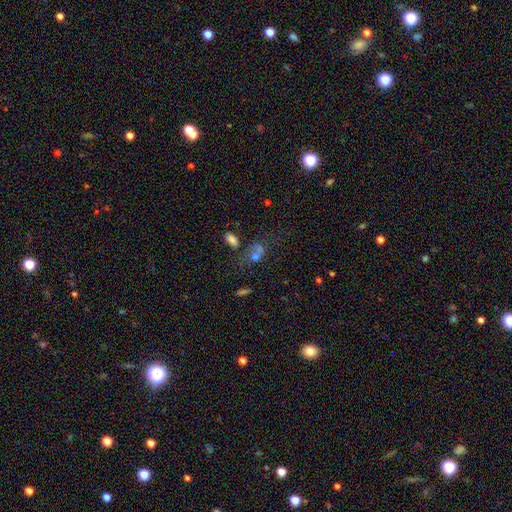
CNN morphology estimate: type=smooth (57%); roundness=in between (59%); merging=merger (38%).